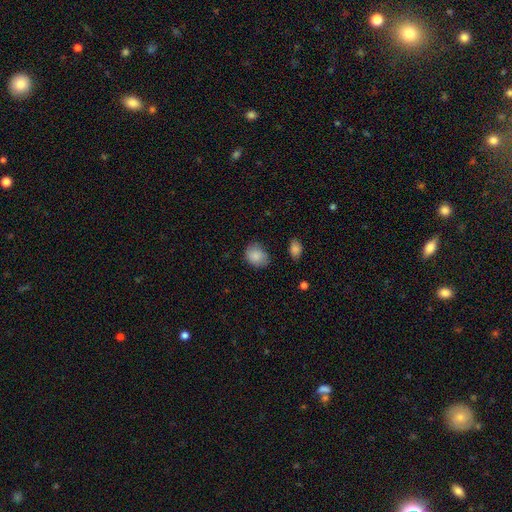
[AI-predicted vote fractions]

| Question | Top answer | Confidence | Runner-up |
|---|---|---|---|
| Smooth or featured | smooth | 86% | star or artifact (8%) |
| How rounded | round | 57% | in between (42%) |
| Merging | none | 72% | minor disturbance (21%) |